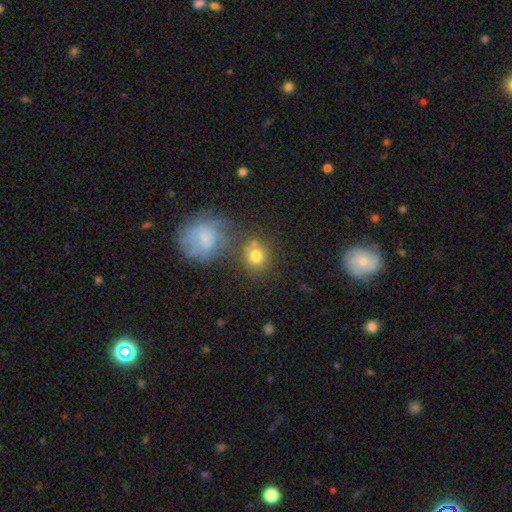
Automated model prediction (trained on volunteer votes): Smooth or featured? smooth (75%)
How rounded? round (78%)
Merging? none (59%)